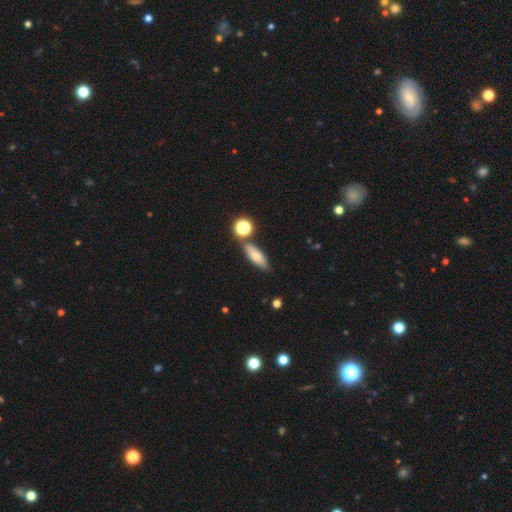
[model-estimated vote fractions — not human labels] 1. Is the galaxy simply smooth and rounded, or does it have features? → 66% smooth, 24% featured or disk, 10% star or artifact.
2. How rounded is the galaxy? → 56% in between, 39% cigar-shaped, 5% round.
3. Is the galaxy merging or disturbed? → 77% none, 12% minor disturbance, 9% merger, 3% major disturbance.